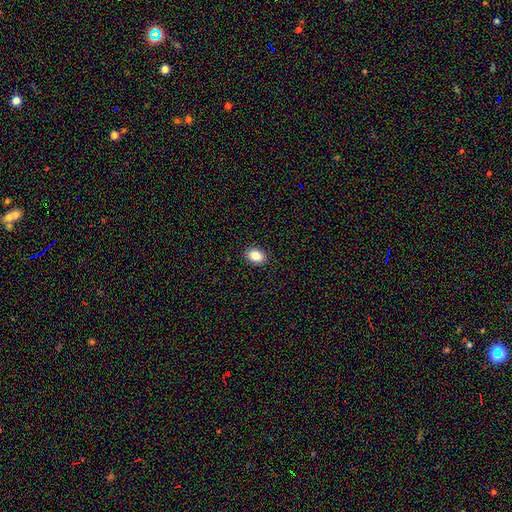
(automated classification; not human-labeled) This appears to be a smooth galaxy with no disk features (85%) that is in between round and cigar-shaped (68%). Merging: none (90%).